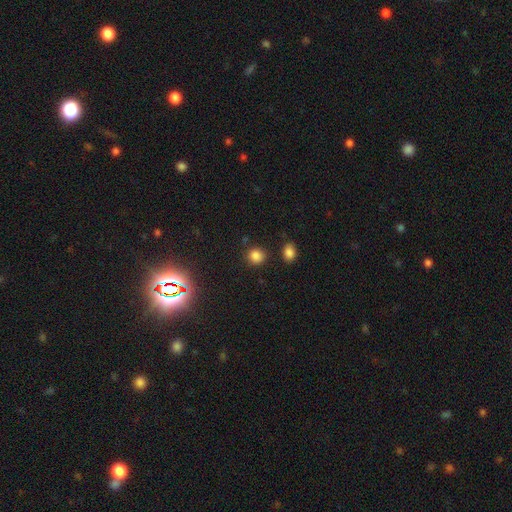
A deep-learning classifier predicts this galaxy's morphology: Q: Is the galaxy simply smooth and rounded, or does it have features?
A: smooth — 82%.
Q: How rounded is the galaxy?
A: round — 85%.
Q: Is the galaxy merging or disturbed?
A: none — 84%.